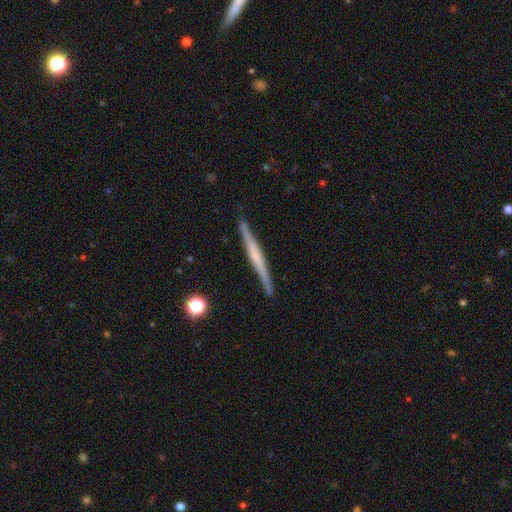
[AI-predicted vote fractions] smooth_or_featured: featured or disk (p=0.67) [alt: smooth p=0.27]
disk_edge_on: yes (p=0.98) [alt: no p=0.02]
edge_on_bulge: none (p=0.47) [alt: rounded p=0.35]
merging: none (p=0.90) [alt: minor disturbance p=0.08]